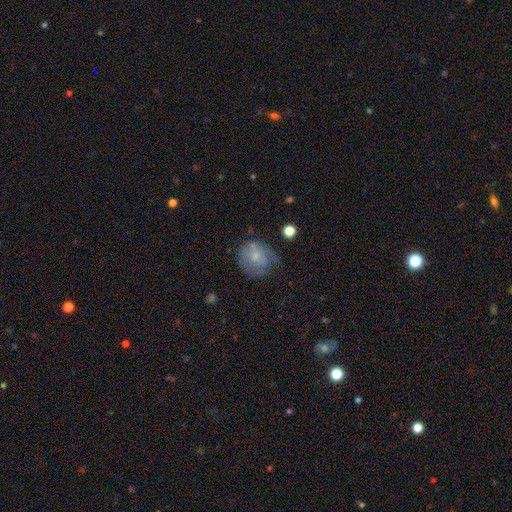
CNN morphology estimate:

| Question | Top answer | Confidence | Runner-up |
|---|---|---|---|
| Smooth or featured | smooth | 59% | featured or disk (31%) |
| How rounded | round | 70% | in between (29%) |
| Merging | none | 45% | minor disturbance (30%) |